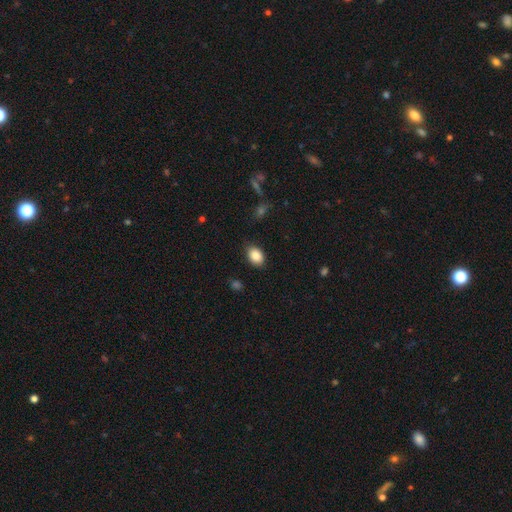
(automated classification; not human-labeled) Smooth or featured? Predicted: smooth (p=0.88). How rounded? Predicted: in between (p=0.84). Merging? Predicted: none (p=0.84).